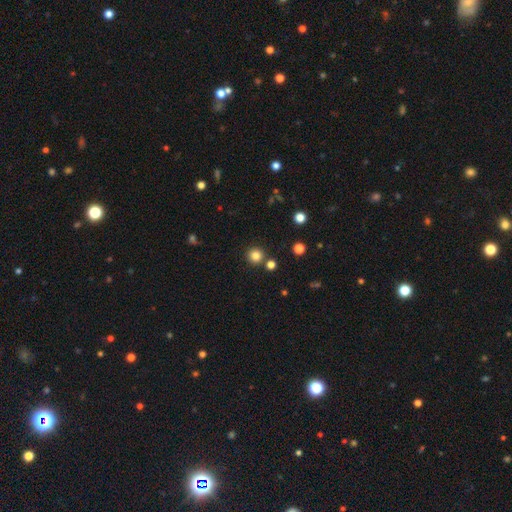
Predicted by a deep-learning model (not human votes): Smooth or featured: smooth — 82% (star or artifact — 13%)
How rounded: round — 95% (in between — 5%)
Merging: none — 86% (merger — 6%)